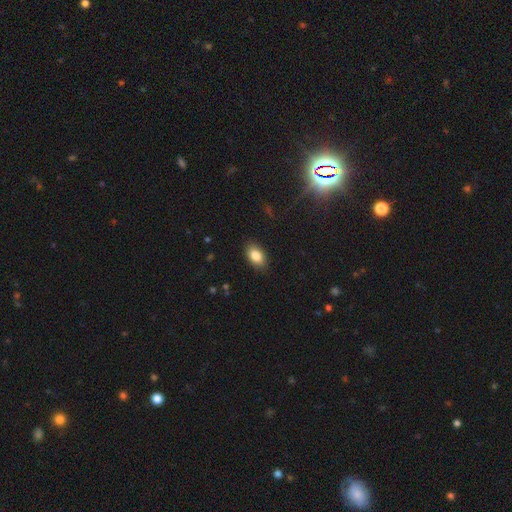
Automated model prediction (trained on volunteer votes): Smooth or featured: smooth — 84% (star or artifact — 8%)
How rounded: in between — 89% (round — 9%)
Merging: none — 87% (minor disturbance — 9%)